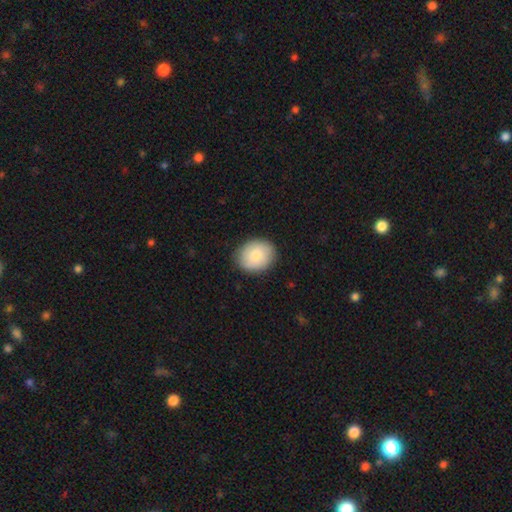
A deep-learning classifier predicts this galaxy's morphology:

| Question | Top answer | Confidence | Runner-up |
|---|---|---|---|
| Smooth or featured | smooth | 80% | featured or disk (15%) |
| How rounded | round | 53% | in between (46%) |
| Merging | none | 87% | minor disturbance (10%) |